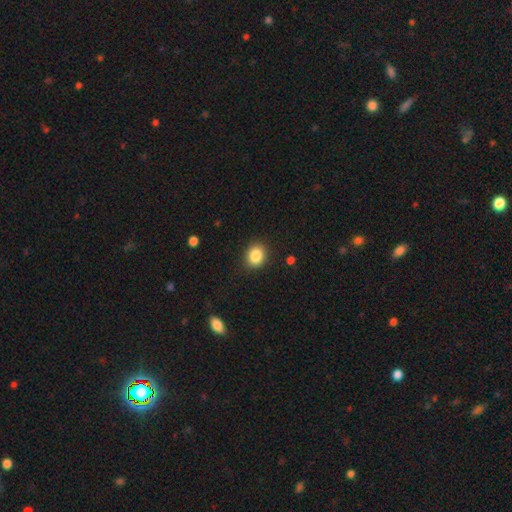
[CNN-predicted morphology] This is clearly a smooth galaxy (86%). How rounded: likely round (61%). Merging: clearly none (88%).